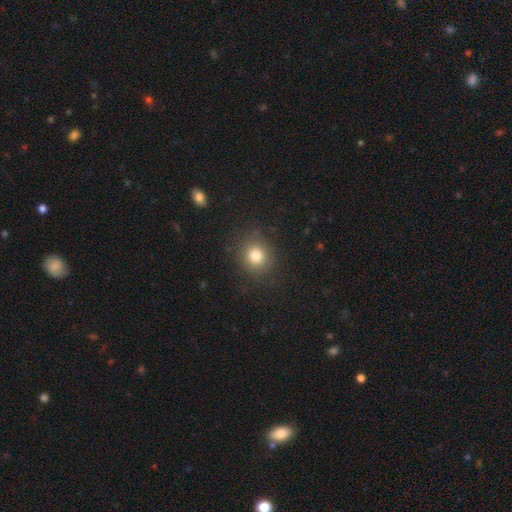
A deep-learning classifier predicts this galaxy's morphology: This is clearly a smooth galaxy (81%). How rounded: clearly round (83%). Merging: clearly none (86%).